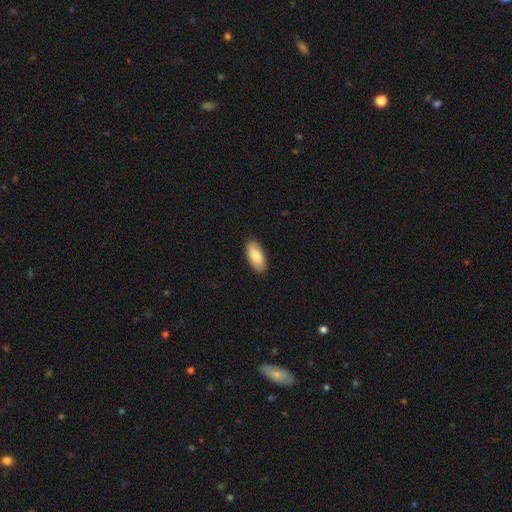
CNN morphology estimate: Smooth or featured? Predicted: smooth (p=0.84). How rounded? Predicted: in between (p=0.92). Merging? Predicted: none (p=0.90).